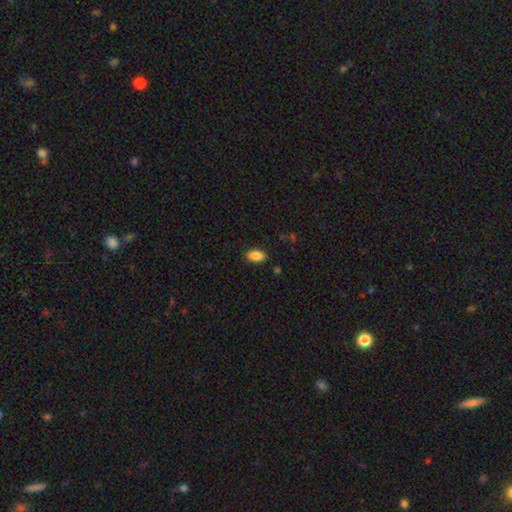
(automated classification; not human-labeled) This is clearly a smooth galaxy (88%). How rounded: clearly in between (92%). Merging: clearly none (87%).